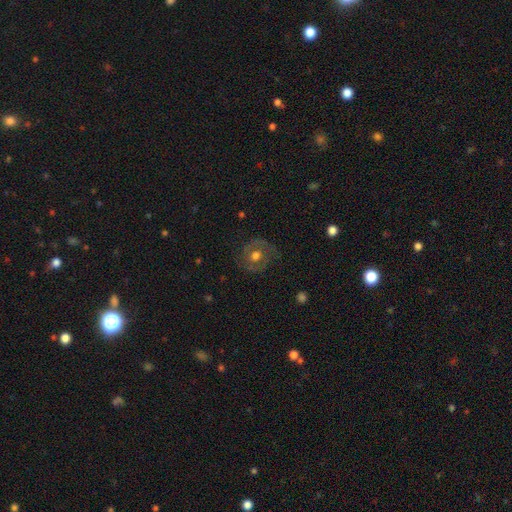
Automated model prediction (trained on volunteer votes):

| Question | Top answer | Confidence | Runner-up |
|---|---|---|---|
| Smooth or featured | featured or disk | 56% | smooth (35%) |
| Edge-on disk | no | 96% | yes (4%) |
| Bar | no | 76% | weak (20%) |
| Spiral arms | yes | 52% | no (48%) |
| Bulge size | moderate | 67% | large (23%) |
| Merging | none | 76% | minor disturbance (15%) |